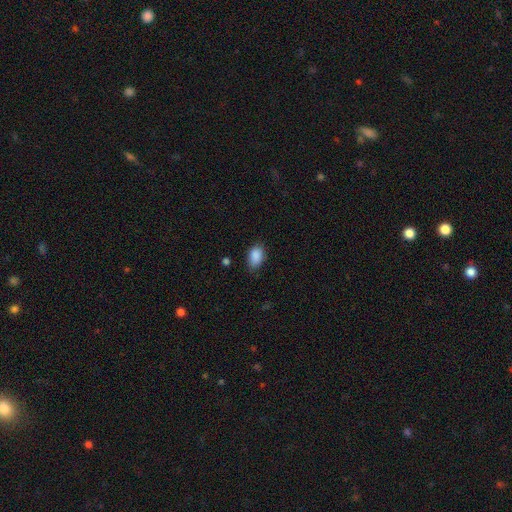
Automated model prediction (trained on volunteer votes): smooth-or-featured: smooth: 89% | star or artifact: 7% | featured or disk: 4%
  how-rounded: in between: 89% | round: 9% | cigar-shaped: 2%
  merging: none: 74% | minor disturbance: 21% | major disturbance: 4% | merger: 1%